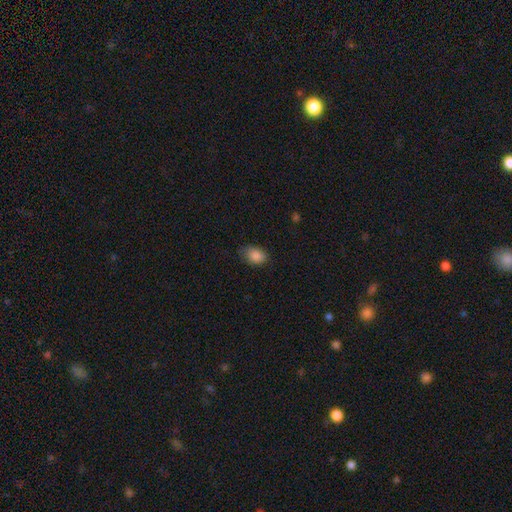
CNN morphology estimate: A smooth galaxy with no disk features (86%) that is in between round and cigar-shaped (81%). Merging: none (72%).